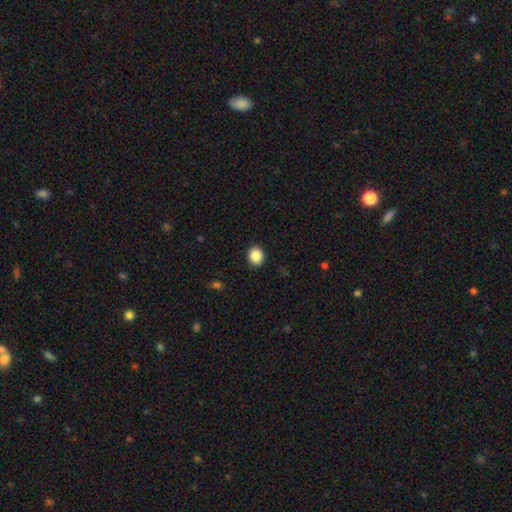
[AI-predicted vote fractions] smooth_or_featured: smooth (p=0.87) [alt: star or artifact p=0.09]
how_rounded: round (p=0.66) [alt: in between p=0.33]
merging: none (p=0.91) [alt: minor disturbance p=0.06]